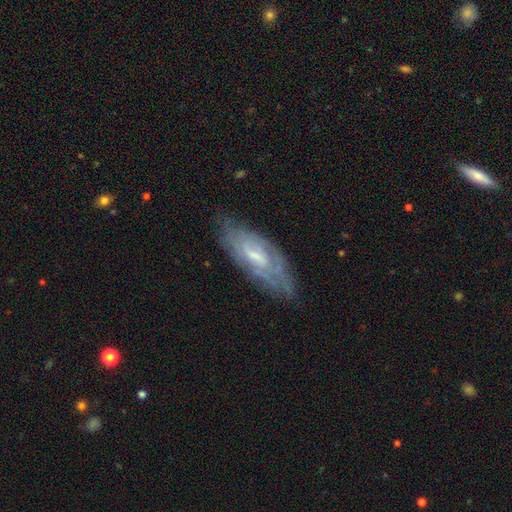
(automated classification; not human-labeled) Smooth or featured?
  - featured or disk: 65% *
  - smooth: 28%
  - star or artifact: 8%
Edge-on disk?
  - no: 79% *
  - yes: 21%
Bar?
  - weak: 45% * (tied)
  - no: 45% * (tied)
  - strong: 10%
Spiral arms?
  - yes: 69% *
  - no: 31%
Bulge size?
  - small: 48% *
  - moderate: 41%
  - none: 7%
  - large: 3%
  - dominant: 1%
Merging?
  - none: 70% *
  - minor disturbance: 22%
  - major disturbance: 6%
  - merger: 1%